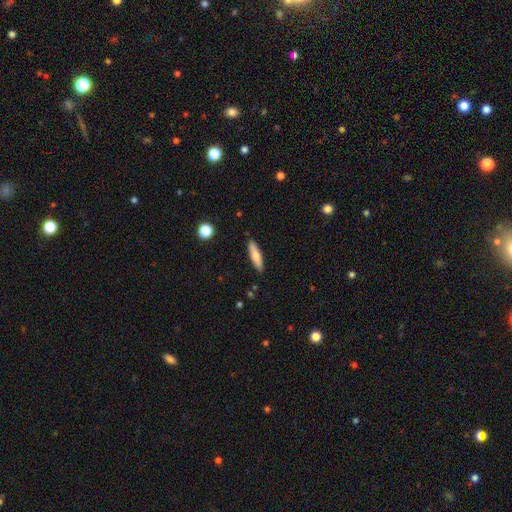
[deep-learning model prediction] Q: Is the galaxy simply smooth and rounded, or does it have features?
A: smooth — 69%.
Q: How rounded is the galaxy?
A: cigar-shaped — 65%.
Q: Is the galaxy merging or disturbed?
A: none — 88%.